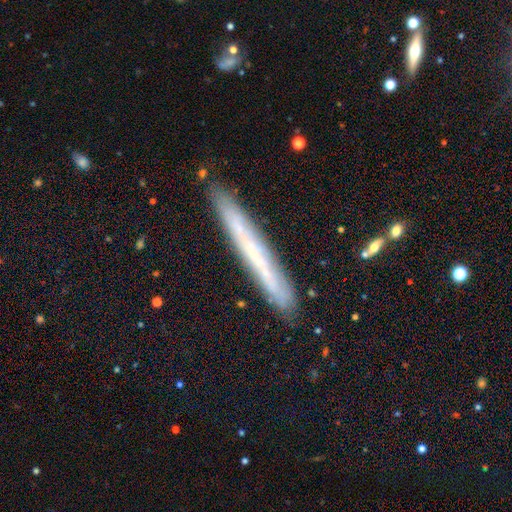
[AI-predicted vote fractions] Smooth or featured: featured or disk — 47% (smooth — 41%)
Merging: none — 88% (minor disturbance — 9%)